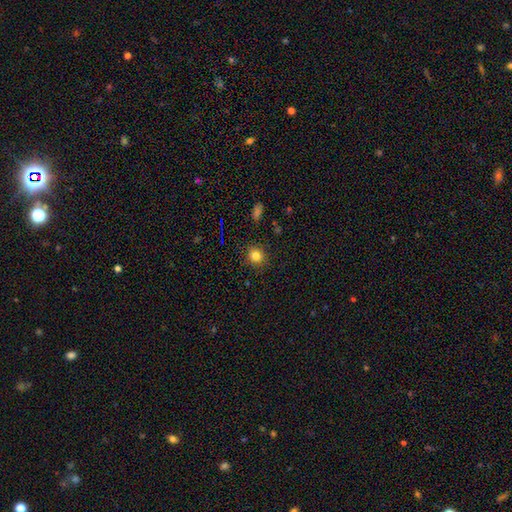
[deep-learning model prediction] Smooth or featured? Predicted: smooth (p=0.81). How rounded? Predicted: round (p=0.84). Merging? Predicted: none (p=0.90).